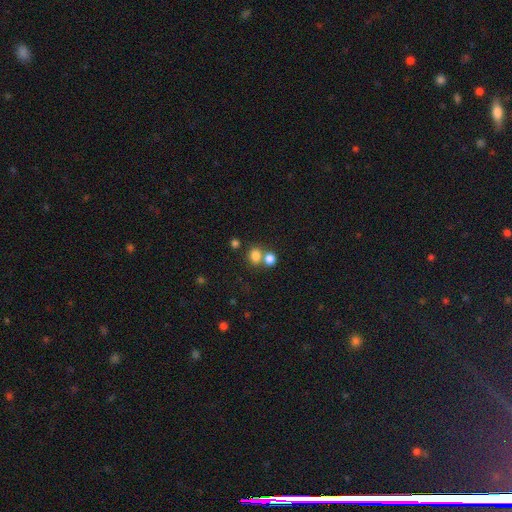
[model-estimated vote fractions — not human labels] smooth 80%, star or artifact 13%, featured or disk 7%. Down the decision tree: how rounded — round (69%); merging — none (48%).